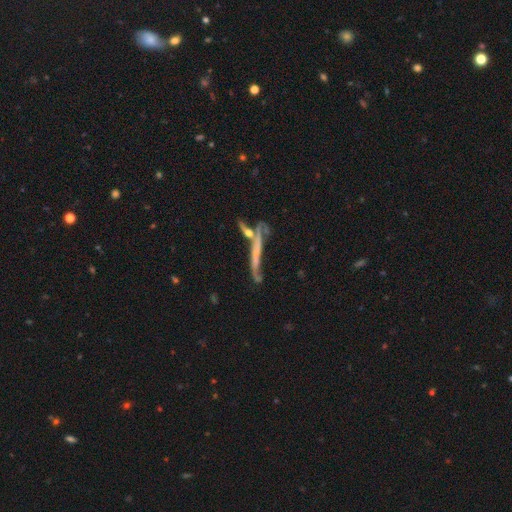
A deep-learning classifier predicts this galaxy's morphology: smooth-or-featured: featured or disk: 57% | smooth: 33% | star or artifact: 10%
  disk-edge-on: yes: 75% | no: 25%
  merging: none: 39% | merger: 29% | minor disturbance: 17% | major disturbance: 15%